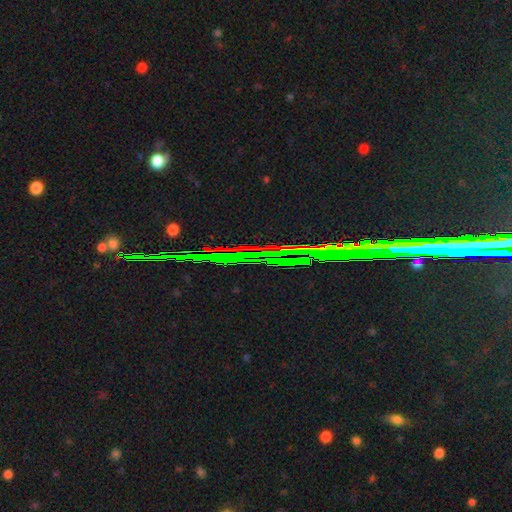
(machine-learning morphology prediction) Overall: star or artifact (83%).